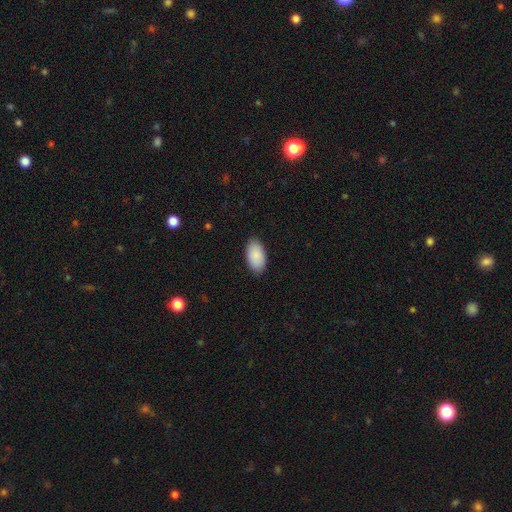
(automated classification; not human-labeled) Smooth or featured: smooth — 90% (star or artifact — 6%)
How rounded: in between — 96% (round — 3%)
Merging: none — 88% (minor disturbance — 9%)